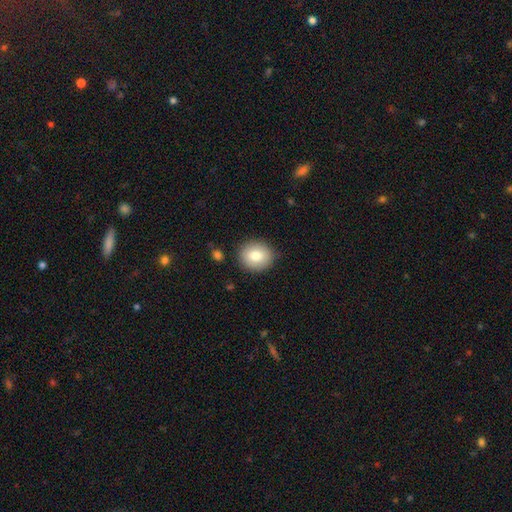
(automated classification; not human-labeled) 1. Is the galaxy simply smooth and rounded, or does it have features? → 81% smooth, 11% featured or disk, 8% star or artifact.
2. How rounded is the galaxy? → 79% round, 20% in between, 1% cigar-shaped.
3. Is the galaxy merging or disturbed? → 87% none, 9% minor disturbance, 2% major disturbance, 2% merger.